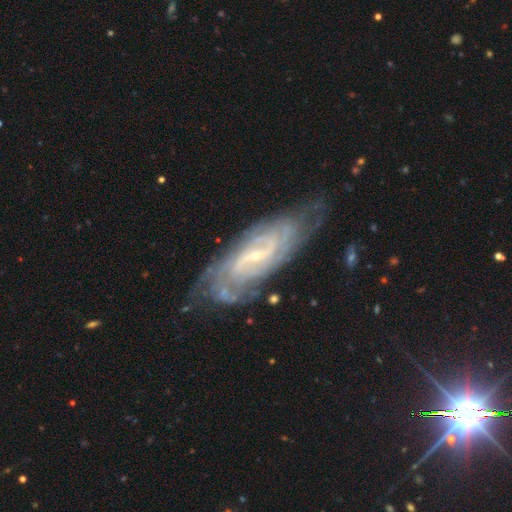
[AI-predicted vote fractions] Smooth or featured: featured or disk — 88% (star or artifact — 6%)
Edge-on disk: no — 92% (yes — 8%)
Bar: weak — 48% (strong — 27%)
Spiral arms: yes — 97% (no — 3%)
Spiral winding: tight — 57% (medium — 34%)
Spiral arm count: 2 — 38% (can't tell — 27%)
Bulge size: small — 79% (moderate — 15%)
Merging: none — 71% (minor disturbance — 20%)